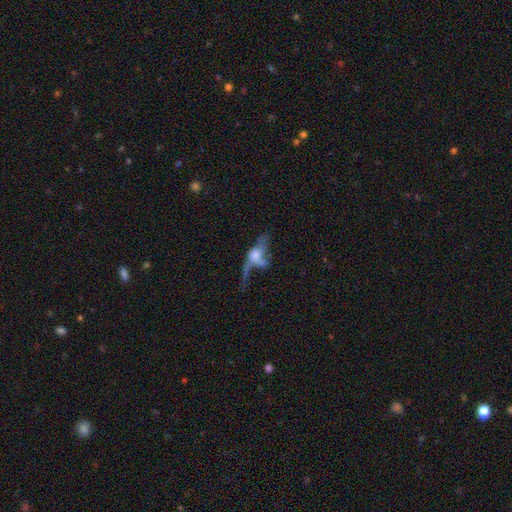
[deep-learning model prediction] smooth-or-featured: featured or disk: 50% | smooth: 38% | star or artifact: 12%
  disk-edge-on: no: 75% | yes: 25%
  merging: major disturbance: 46% | merger: 21% | none: 21% | minor disturbance: 13%